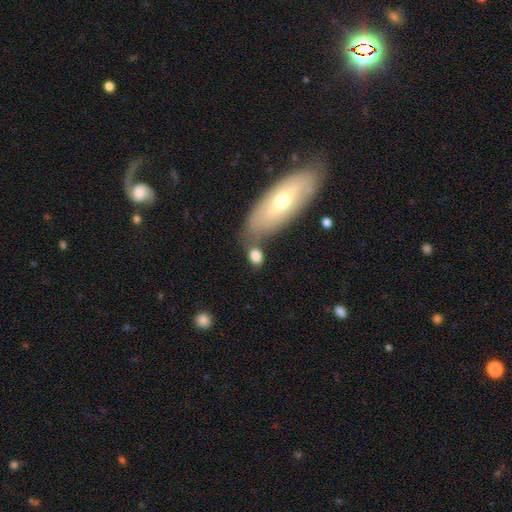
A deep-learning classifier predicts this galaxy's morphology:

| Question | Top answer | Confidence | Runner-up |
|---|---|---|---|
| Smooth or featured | smooth | 80% | featured or disk (12%) |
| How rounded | in between | 77% | round (19%) |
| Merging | none | 52% | merger (23%) |